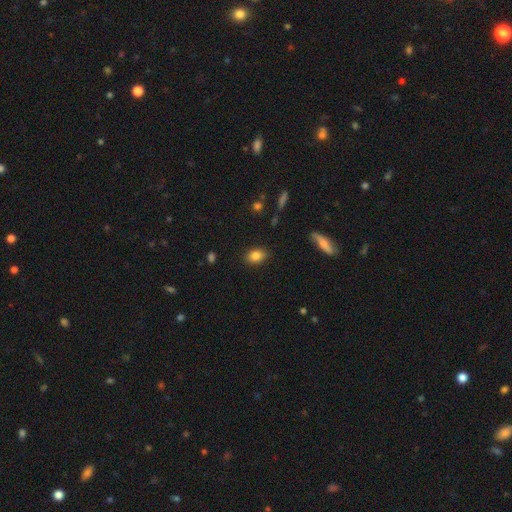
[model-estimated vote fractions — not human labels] Smooth or featured? smooth (84%)
How rounded? in between (75%)
Merging? none (86%)